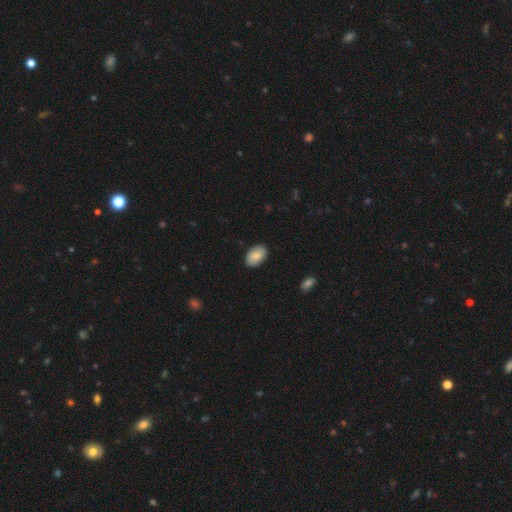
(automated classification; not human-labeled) A smooth galaxy with no disk features (86%) that is in between round and cigar-shaped (91%).

Vote fractions:
- Smooth or featured? smooth: 86% / featured or disk: 7% / star or artifact: 6%
- How rounded? in between: 91% / round: 8% / cigar-shaped: 1%
- Merging? none: 87% / minor disturbance: 10% / major disturbance: 2% / merger: 1%